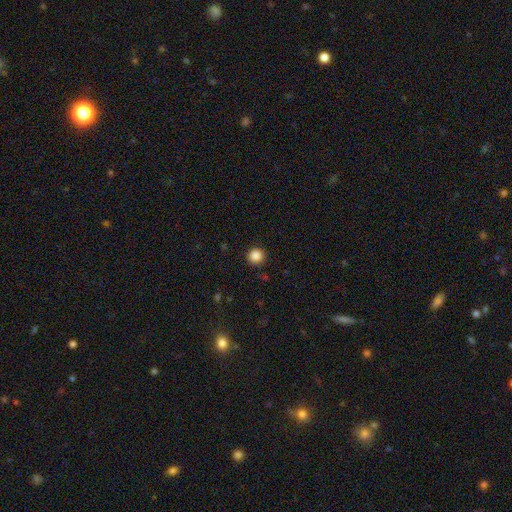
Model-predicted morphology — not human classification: Overall: smooth (87%). How rounded: round (94%). Merging: none (90%).